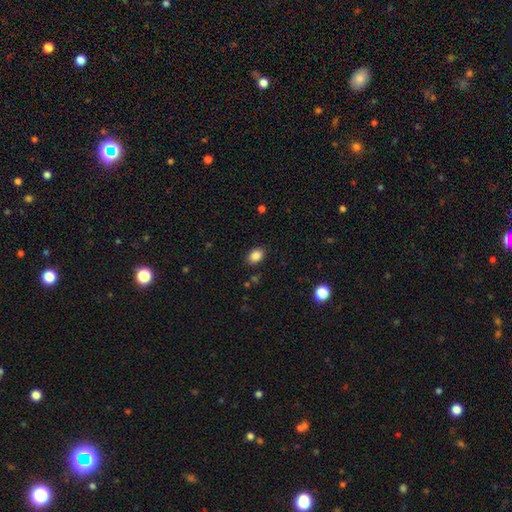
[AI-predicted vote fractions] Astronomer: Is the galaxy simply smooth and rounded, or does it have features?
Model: smooth — 87%.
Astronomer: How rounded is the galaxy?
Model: in between — 76%.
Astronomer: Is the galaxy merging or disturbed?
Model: none — 86%.